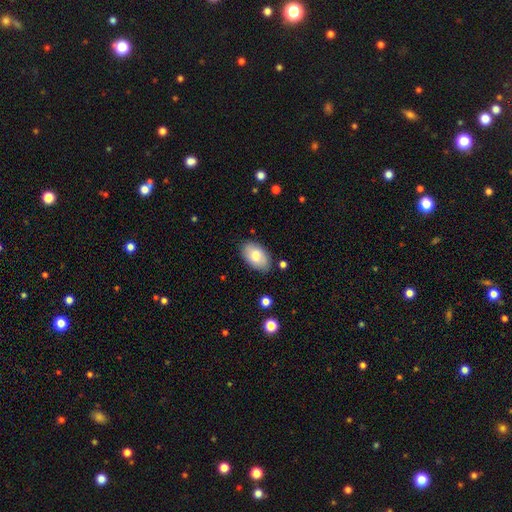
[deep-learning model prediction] smooth_or_featured: smooth (p=0.80) [alt: featured or disk p=0.13]
how_rounded: in between (p=0.94) [alt: round p=0.05]
merging: none (p=0.85) [alt: minor disturbance p=0.11]